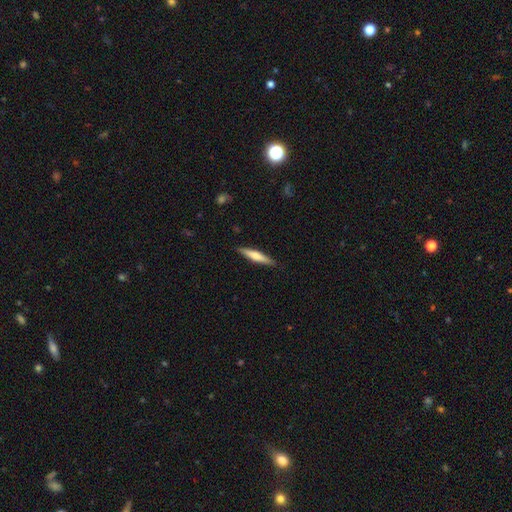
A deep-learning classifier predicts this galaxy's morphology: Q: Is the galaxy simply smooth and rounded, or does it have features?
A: smooth — 54%.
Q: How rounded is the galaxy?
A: cigar-shaped — 90%.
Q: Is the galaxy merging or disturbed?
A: none — 90%.